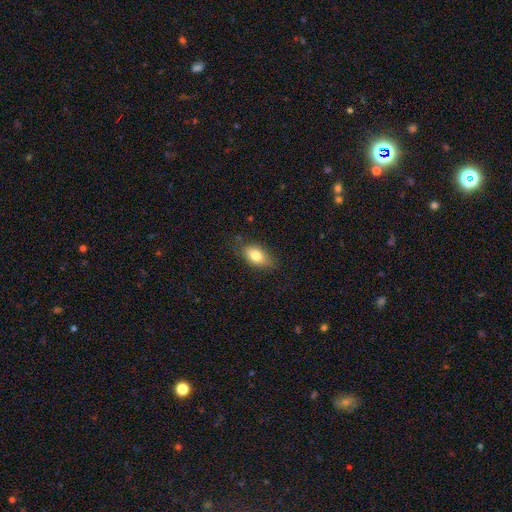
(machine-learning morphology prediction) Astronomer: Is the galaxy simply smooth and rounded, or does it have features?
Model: smooth — 78%.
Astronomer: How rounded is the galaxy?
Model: in between — 89%.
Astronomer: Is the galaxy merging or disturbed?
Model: none — 75%.